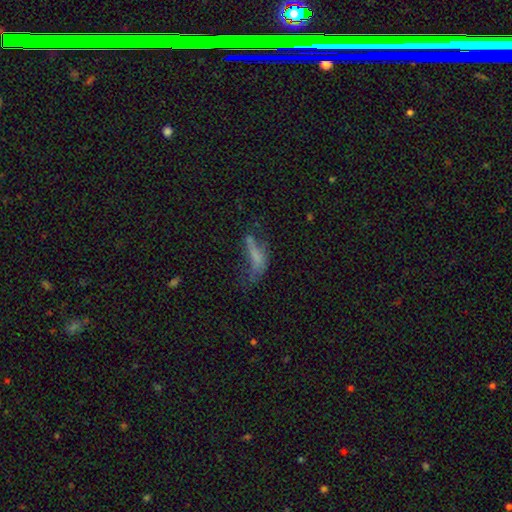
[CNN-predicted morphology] Overall: smooth (45%; featured or disk 37%). Merging: major disturbance (46%; none 25%).